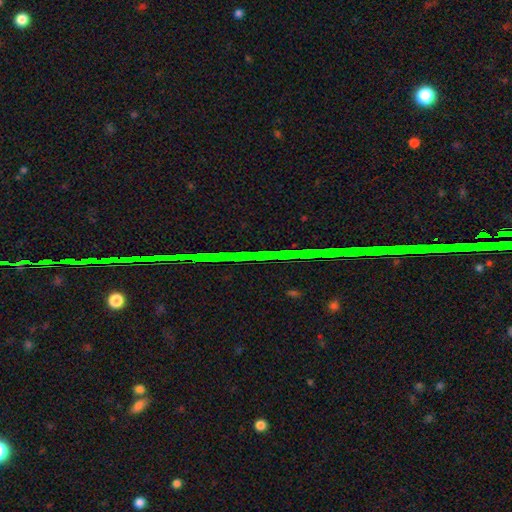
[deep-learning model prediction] smooth_or_featured: star or artifact (p=0.82) [alt: featured or disk p=0.10]